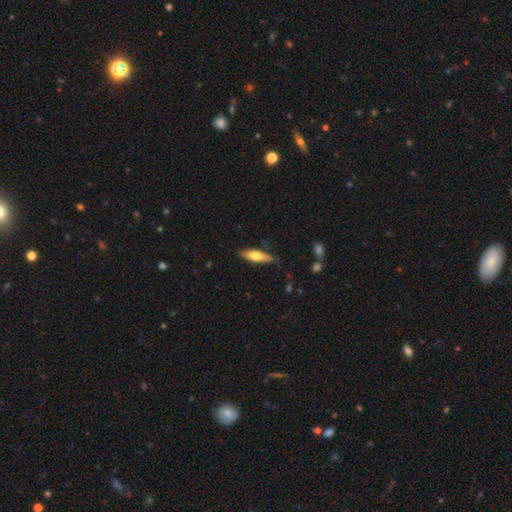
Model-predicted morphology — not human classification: Q: Smooth or featured?
A: smooth (59%); runner-up: featured or disk (35%)
Q: How rounded?
A: cigar-shaped (63%); runner-up: in between (35%)
Q: Merging?
A: none (75%); runner-up: minor disturbance (19%)